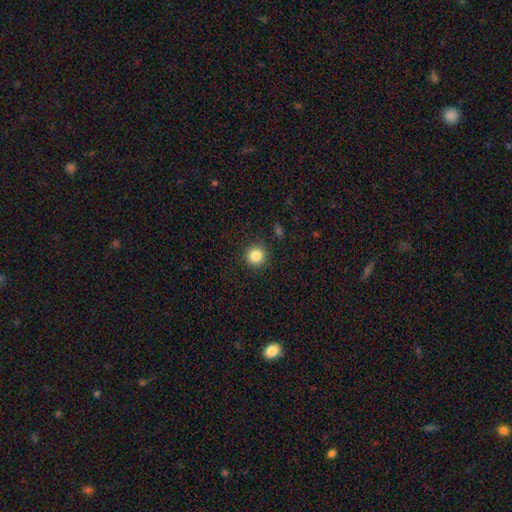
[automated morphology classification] smooth_or_featured: smooth (p=0.85) [alt: star or artifact p=0.10]
how_rounded: round (p=0.94) [alt: in between p=0.05]
merging: none (p=0.90) [alt: minor disturbance p=0.07]